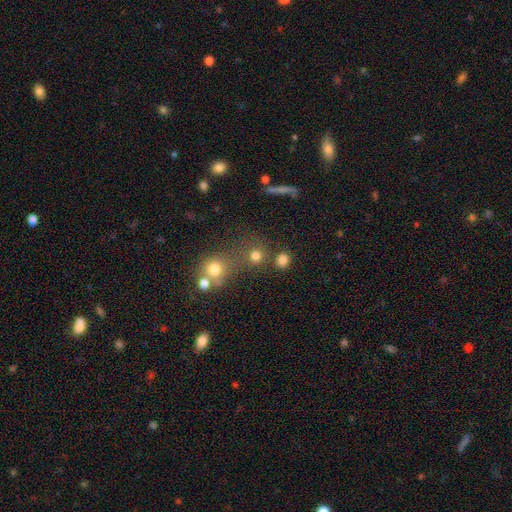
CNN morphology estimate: Smooth or featured: smooth — 76% (star or artifact — 16%)
How rounded: round — 87% (in between — 12%)
Merging: none — 62% (merger — 23%)